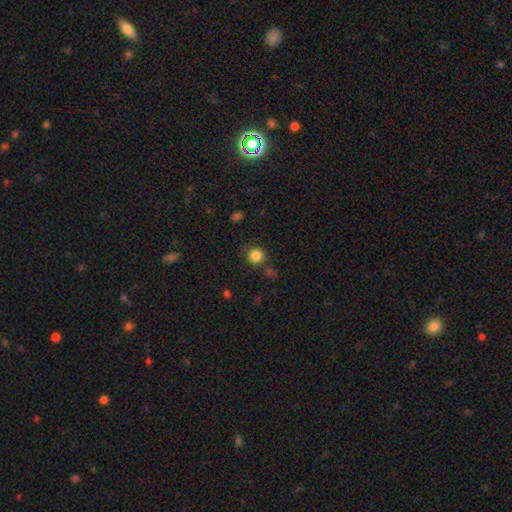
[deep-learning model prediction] Morphology: type=smooth (84%); roundness=round (93%); merging=none (79%).